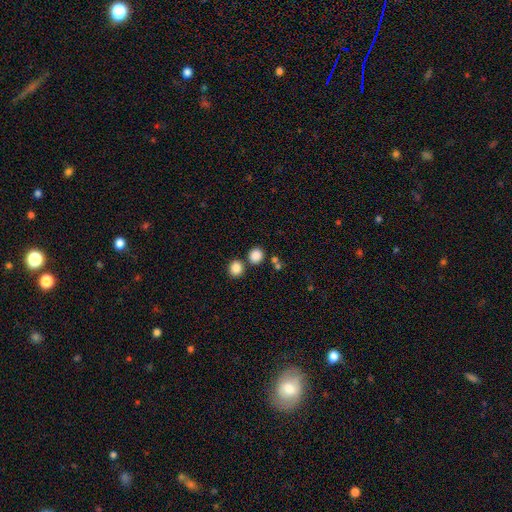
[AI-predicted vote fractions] Q: Smooth or featured?
A: smooth (85%); runner-up: star or artifact (11%)
Q: How rounded?
A: round (86%); runner-up: in between (13%)
Q: Merging?
A: none (74%); runner-up: merger (16%)